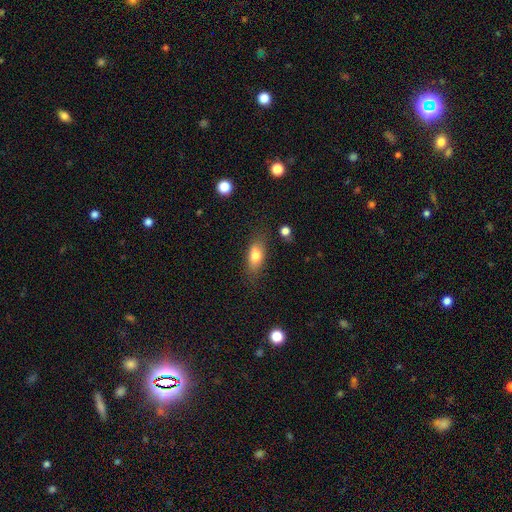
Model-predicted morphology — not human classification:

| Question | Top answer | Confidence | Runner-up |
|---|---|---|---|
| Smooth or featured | smooth | 76% | featured or disk (16%) |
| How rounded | in between | 79% | cigar-shaped (15%) |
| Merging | none | 74% | minor disturbance (18%) |